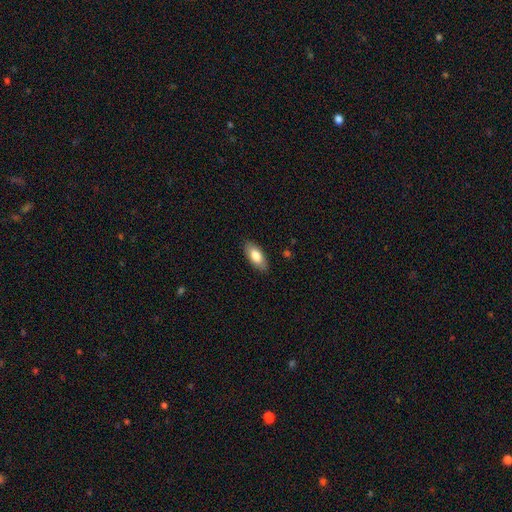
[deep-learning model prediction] Q: Smooth or featured?
A: smooth (80%); runner-up: featured or disk (14%)
Q: How rounded?
A: in between (87%); runner-up: cigar-shaped (11%)
Q: Merging?
A: none (87%); runner-up: minor disturbance (10%)